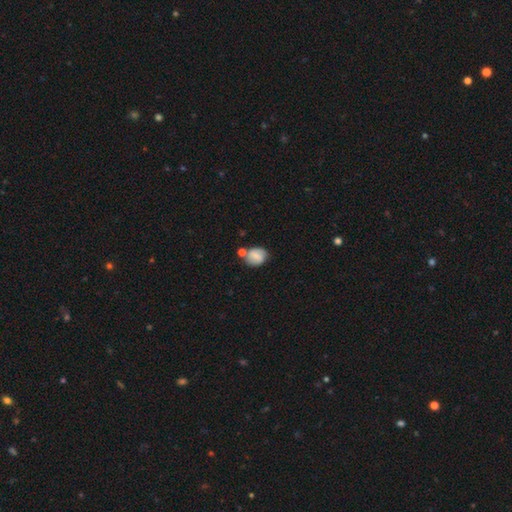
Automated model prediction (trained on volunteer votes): This is likely a smooth galaxy (65%). How rounded: possibly round (55%). Merging: possibly none (58%).